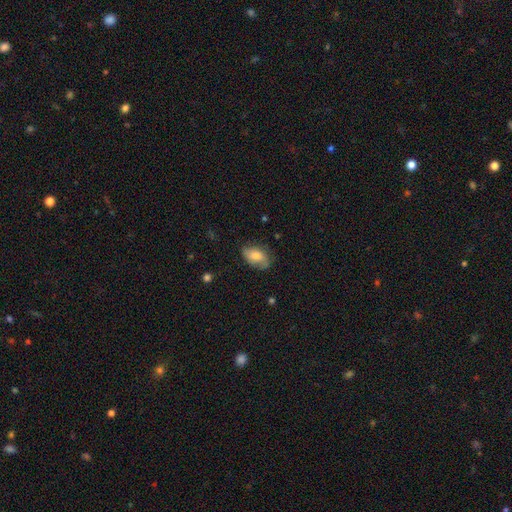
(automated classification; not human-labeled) A smooth galaxy with no disk features (72%) that is in between round and cigar-shaped (90%). Merging: none (62%).